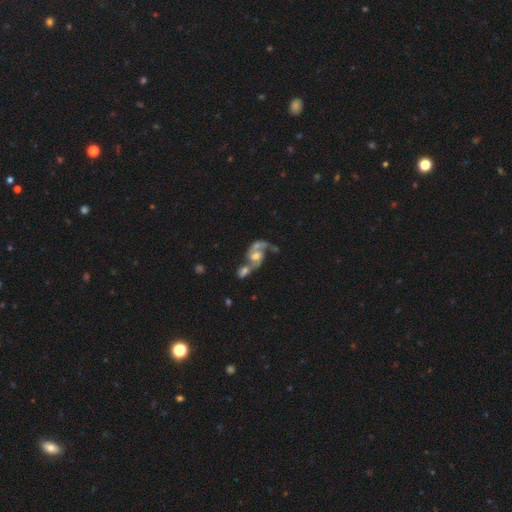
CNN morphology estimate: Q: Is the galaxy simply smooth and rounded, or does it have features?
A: featured or disk — 78%.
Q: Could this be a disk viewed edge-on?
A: no — 97%.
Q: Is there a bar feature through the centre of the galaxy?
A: no — 54%.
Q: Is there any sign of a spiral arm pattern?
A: yes — 89%.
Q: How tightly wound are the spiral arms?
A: loose — 49%.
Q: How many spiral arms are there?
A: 2 — 74%.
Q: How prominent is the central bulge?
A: moderate — 56%.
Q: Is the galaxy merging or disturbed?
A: merger — 60%.